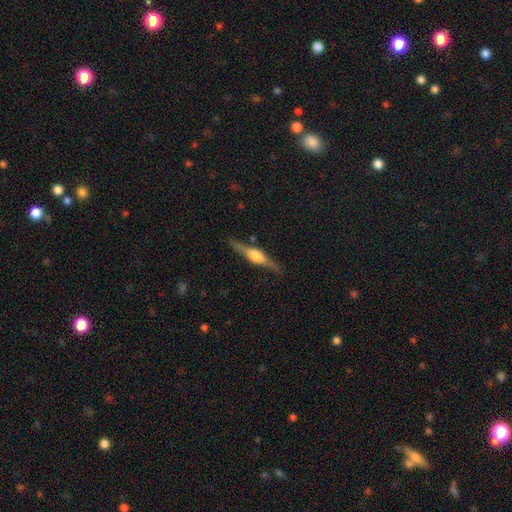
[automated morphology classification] Smooth or featured? featured or disk (73%)
Edge-on disk? yes (97%)
Edge-on bulge? rounded (86%)
Merging? none (84%)